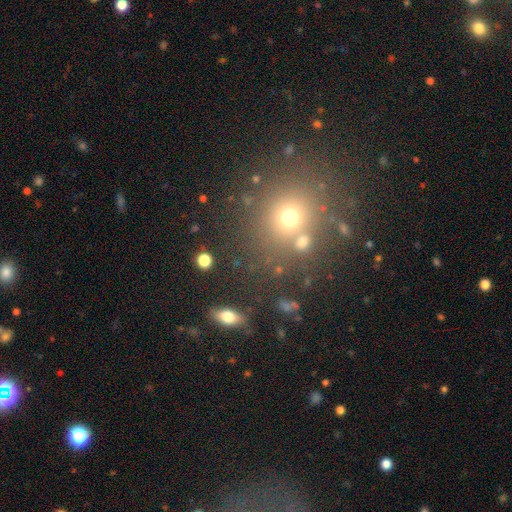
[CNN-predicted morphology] smooth_or_featured: smooth (p=0.51) [alt: star or artifact p=0.37]
how_rounded: round (p=0.82) [alt: in between p=0.16]
merging: none (p=0.78) [alt: minor disturbance p=0.09]